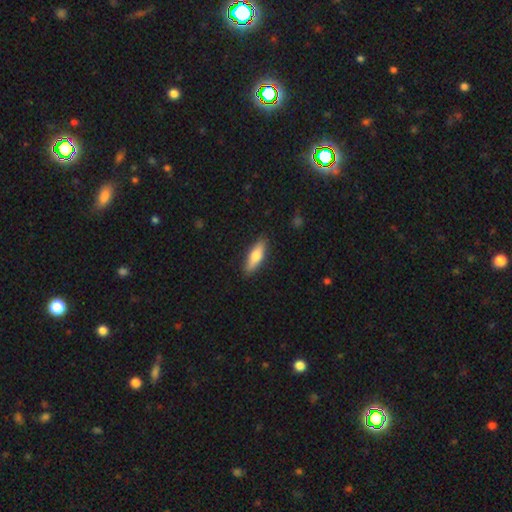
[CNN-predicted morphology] Smooth or featured?
  - smooth: 70% *
  - featured or disk: 24%
  - star or artifact: 6%
How rounded?
  - cigar-shaped: 51% *
  - in between: 47%
  - round: 2%
Merging?
  - none: 88% *
  - minor disturbance: 9%
  - major disturbance: 2%
  - merger: 1%